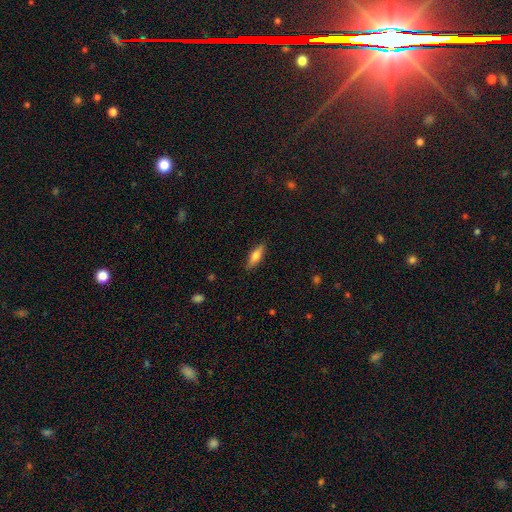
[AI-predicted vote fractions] This appears to be a smooth galaxy with no disk features (70%) that is in between round and cigar-shaped (50%). Merging: none (87%).